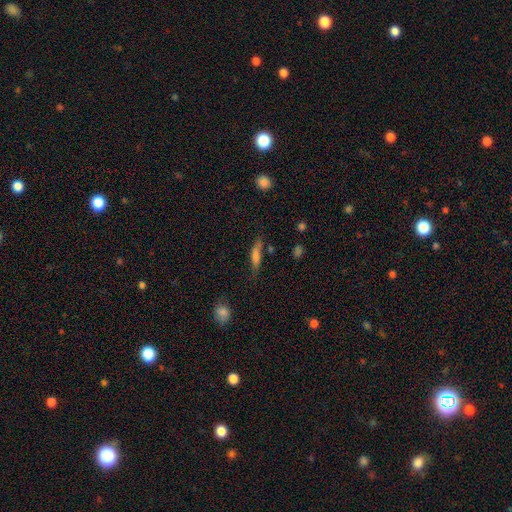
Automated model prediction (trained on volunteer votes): A smooth galaxy with no disk features (68%) that is cigar-shaped (69%). Merging: none (65%).